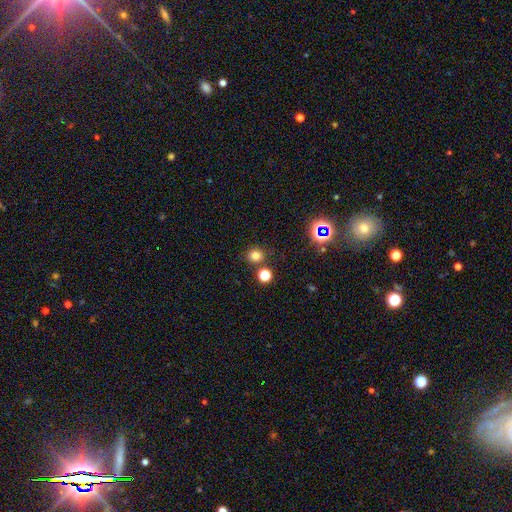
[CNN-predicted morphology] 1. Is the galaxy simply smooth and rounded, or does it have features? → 76% smooth, 18% star or artifact, 5% featured or disk.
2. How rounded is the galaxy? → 84% round, 15% in between, 1% cigar-shaped.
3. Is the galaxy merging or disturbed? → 80% none, 9% merger, 8% minor disturbance, 3% major disturbance.